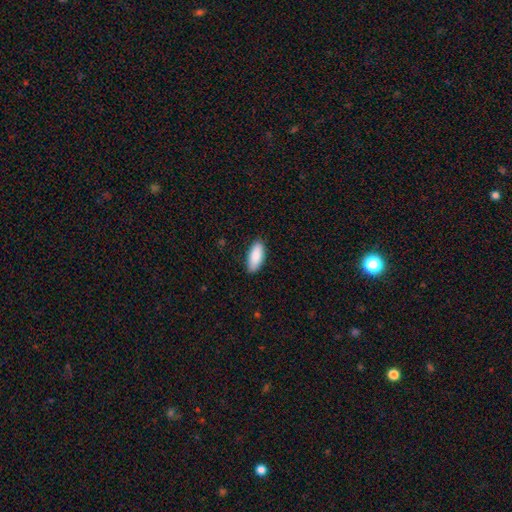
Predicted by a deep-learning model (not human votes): A smooth galaxy with no disk features (89%) that is in between round and cigar-shaped (82%). Merging: none (86%).